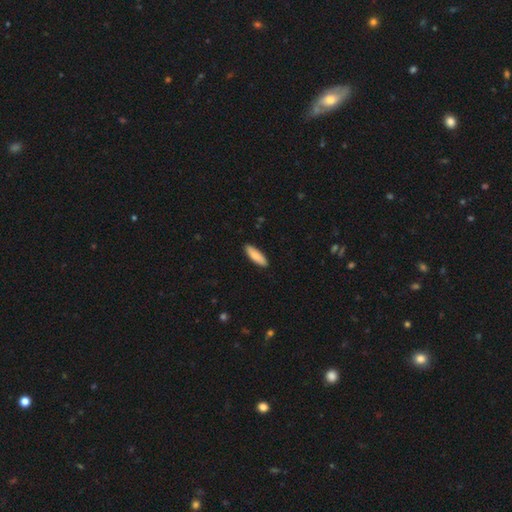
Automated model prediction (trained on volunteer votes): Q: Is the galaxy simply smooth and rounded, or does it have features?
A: smooth — 84%.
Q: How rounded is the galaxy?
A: cigar-shaped — 54%.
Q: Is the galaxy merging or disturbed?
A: none — 90%.